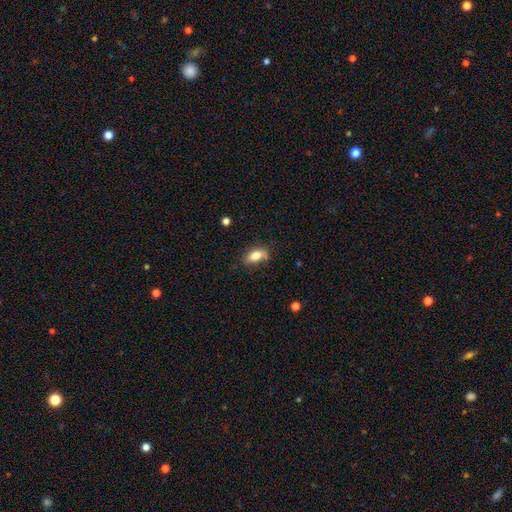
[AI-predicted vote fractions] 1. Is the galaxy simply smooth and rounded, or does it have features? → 76% smooth, 16% featured or disk, 8% star or artifact.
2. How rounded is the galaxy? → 84% in between, 10% cigar-shaped, 6% round.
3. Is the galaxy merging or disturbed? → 67% none, 25% minor disturbance, 6% major disturbance, 2% merger.